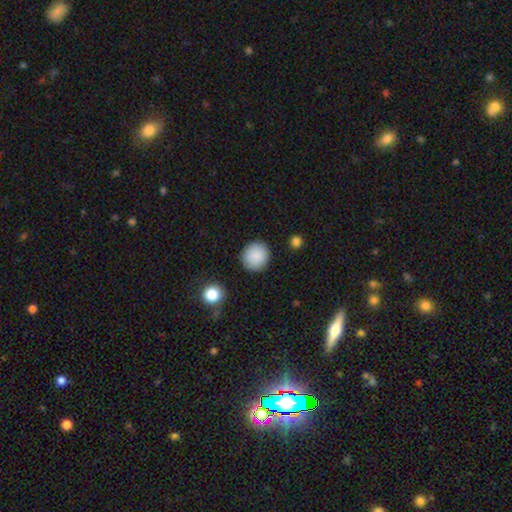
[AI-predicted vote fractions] smooth_or_featured: smooth (p=0.89) [alt: star or artifact p=0.08]
how_rounded: round (p=0.91) [alt: in between p=0.09]
merging: none (p=0.90) [alt: minor disturbance p=0.07]